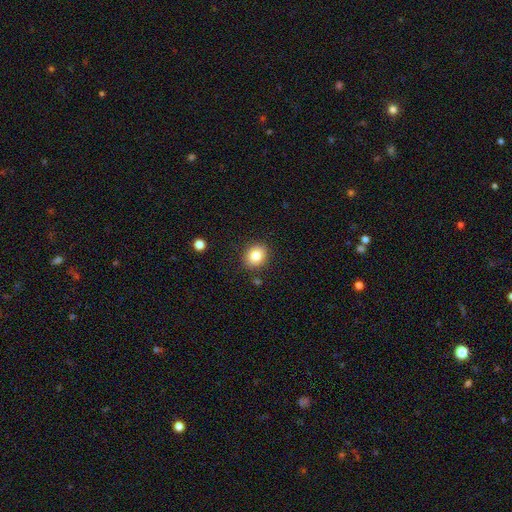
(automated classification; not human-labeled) Smooth or featured? smooth (84%)
How rounded? round (65%)
Merging? none (87%)